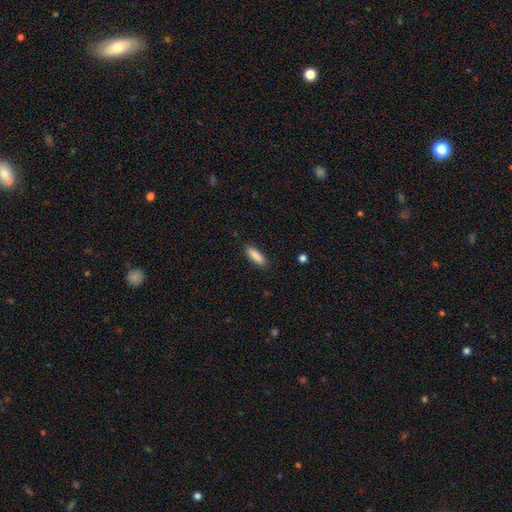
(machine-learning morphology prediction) smooth-or-featured: smooth: 88% | star or artifact: 6% | featured or disk: 5%
  how-rounded: in between: 51% | cigar-shaped: 48% | round: 2%
  merging: none: 88% | minor disturbance: 9% | major disturbance: 2% | merger: 1%